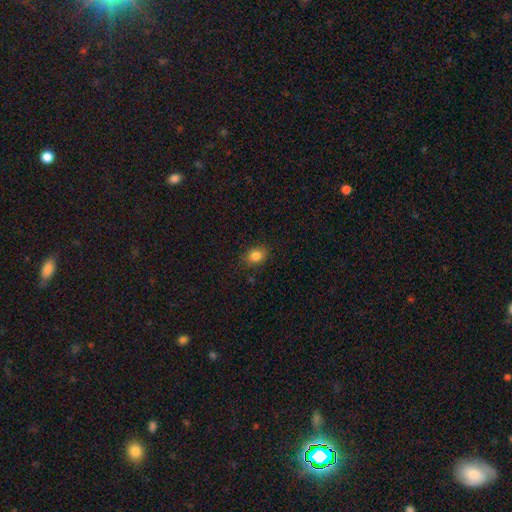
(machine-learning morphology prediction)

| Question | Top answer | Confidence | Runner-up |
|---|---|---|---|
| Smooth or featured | smooth | 84% | star or artifact (11%) |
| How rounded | in between | 66% | round (33%) |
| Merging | none | 84% | minor disturbance (12%) |